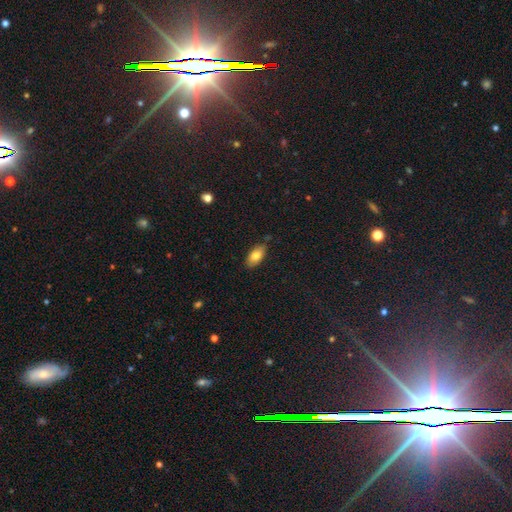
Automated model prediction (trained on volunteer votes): A smooth galaxy with no disk features (80%) that is in between round and cigar-shaped (90%).

Vote fractions:
- Smooth or featured? smooth: 80% / featured or disk: 13% / star or artifact: 7%
- How rounded? in between: 90% / cigar-shaped: 7% / round: 3%
- Merging? none: 81% / minor disturbance: 14% / major disturbance: 2% / merger: 2%